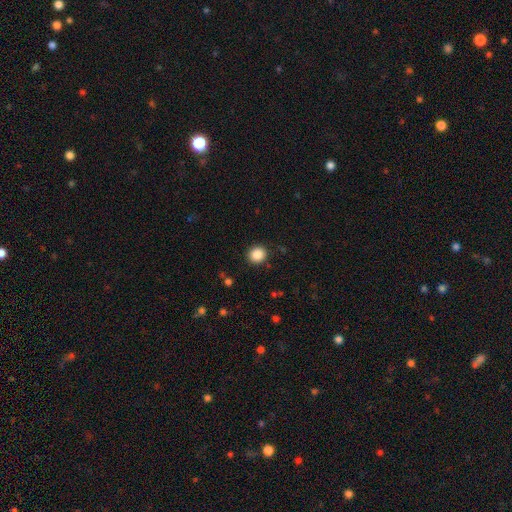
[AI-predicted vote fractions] The model was most divided on "how rounded": round: 87%, in between: 12%, cigar-shaped: 1%. More confident: merging — none (90%); smooth or featured — smooth (87%).